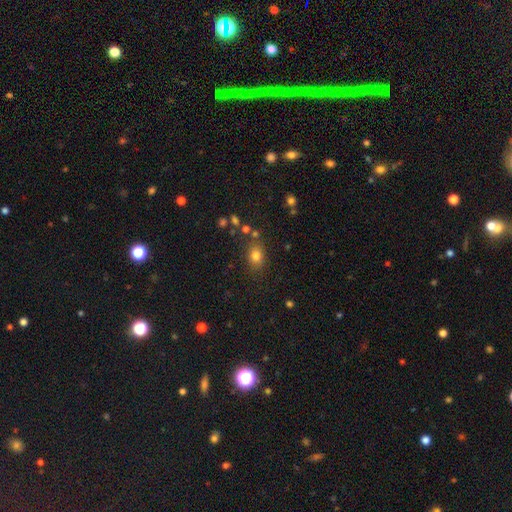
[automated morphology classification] Smooth or featured?
  - smooth: 79% *
  - star or artifact: 14%
  - featured or disk: 8%
How rounded?
  - in between: 57% *
  - round: 41%
  - cigar-shaped: 1%
Merging?
  - none: 76% *
  - minor disturbance: 13%
  - merger: 6%
  - major disturbance: 5%